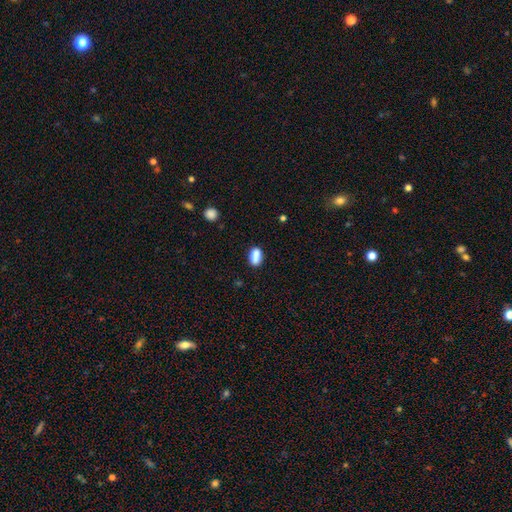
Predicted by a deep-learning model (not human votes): Smooth or featured? smooth (84%)
How rounded? in between (85%)
Merging? none (66%)